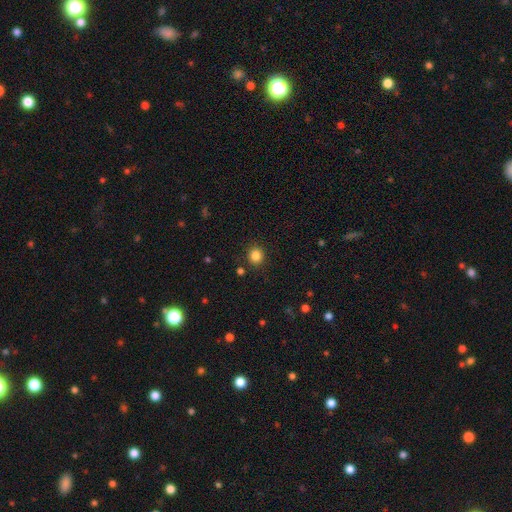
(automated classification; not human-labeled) Morphology: type=smooth (84%); roundness=round (84%); merging=none (88%).